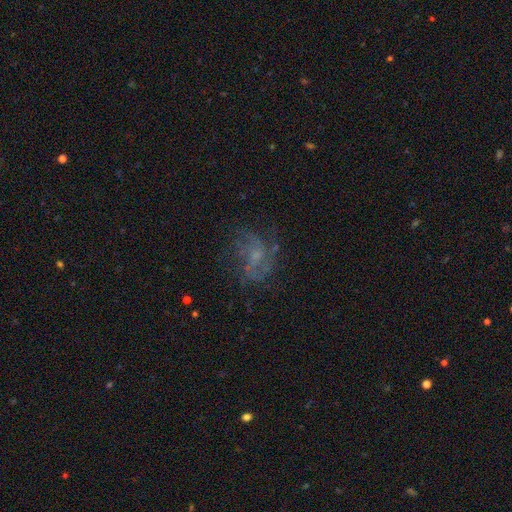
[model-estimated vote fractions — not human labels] featured or disk 62%, smooth 21%, star or artifact 17%. Down the decision tree: edge-on disk — no (97%); bar — no (65%); spiral arms — yes (75%); bulge size — small (49%); merging — none (59%).